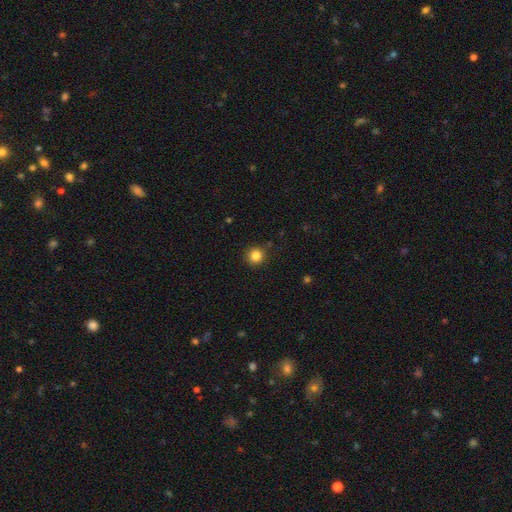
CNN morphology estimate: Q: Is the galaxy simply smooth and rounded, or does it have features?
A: smooth — 84%.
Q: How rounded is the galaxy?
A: round — 95%.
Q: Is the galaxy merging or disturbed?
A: none — 89%.